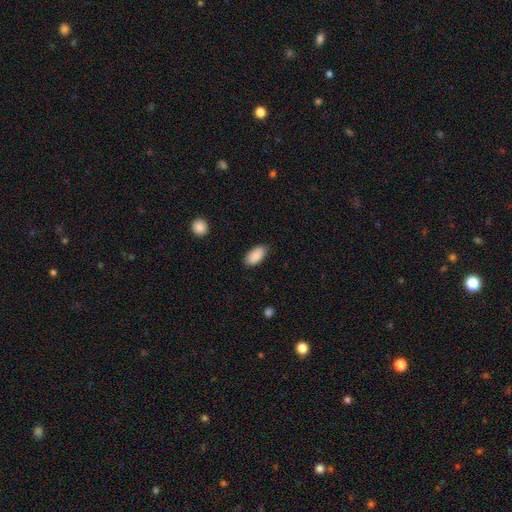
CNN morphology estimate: Smooth or featured?
  - smooth: 89% *
  - star or artifact: 6%
  - featured or disk: 5%
How rounded?
  - in between: 94% *
  - cigar-shaped: 3%
  - round: 3%
Merging?
  - none: 84% *
  - minor disturbance: 13%
  - major disturbance: 3%
  - merger: 1%